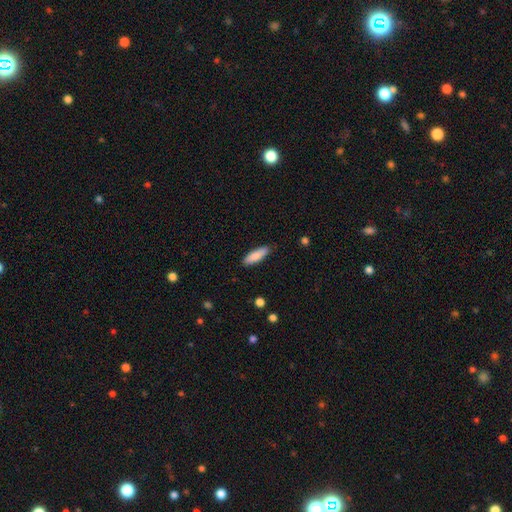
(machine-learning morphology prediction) This is clearly a smooth galaxy (86%). How rounded: possibly cigar-shaped (54%). Merging: clearly none (87%).